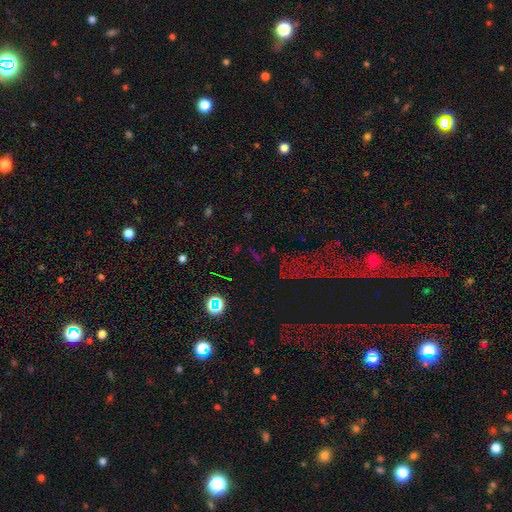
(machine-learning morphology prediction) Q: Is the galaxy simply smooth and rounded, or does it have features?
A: star or artifact — 63%.